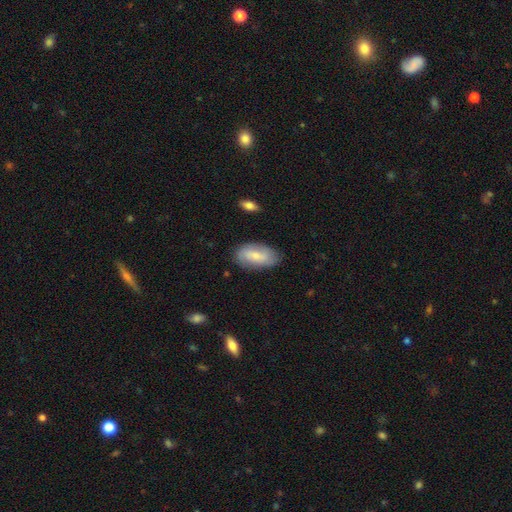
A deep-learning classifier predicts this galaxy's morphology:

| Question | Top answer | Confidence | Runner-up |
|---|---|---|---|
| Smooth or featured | smooth | 60% | featured or disk (34%) |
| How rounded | in between | 91% | cigar-shaped (6%) |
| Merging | none | 79% | minor disturbance (16%) |